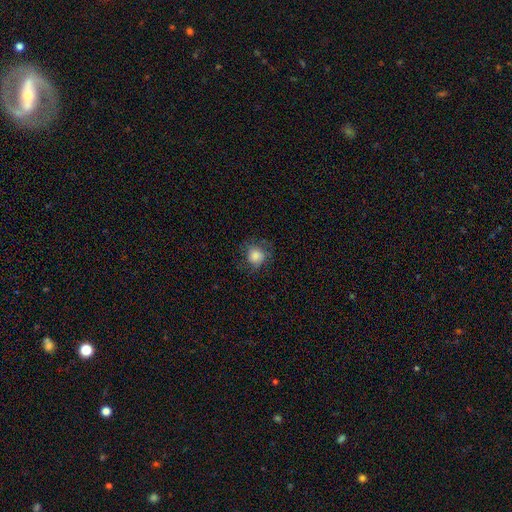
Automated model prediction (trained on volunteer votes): smooth-or-featured: smooth: 74% | featured or disk: 16% | star or artifact: 9%
  how-rounded: round: 83% | in between: 16% | cigar-shaped: 1%
  merging: none: 67% | minor disturbance: 20% | major disturbance: 12% | merger: 1%